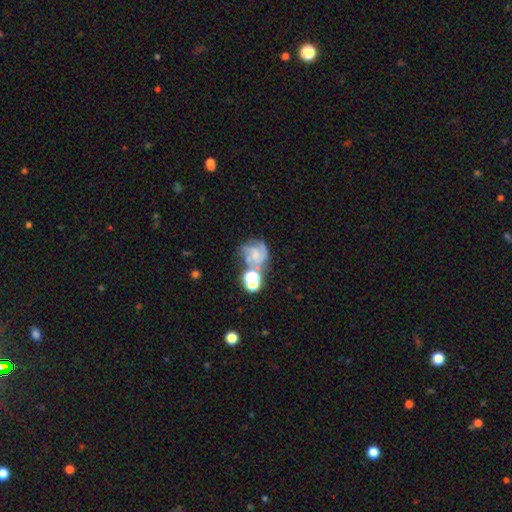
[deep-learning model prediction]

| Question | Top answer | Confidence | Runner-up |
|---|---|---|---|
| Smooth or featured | featured or disk | 60% | smooth (25%) |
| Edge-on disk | no | 98% | yes (2%) |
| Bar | no | 65% | weak (28%) |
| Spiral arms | yes | 84% | no (16%) |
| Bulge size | small | 45% | moderate (24%) |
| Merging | none | 34% | merger (29%) |